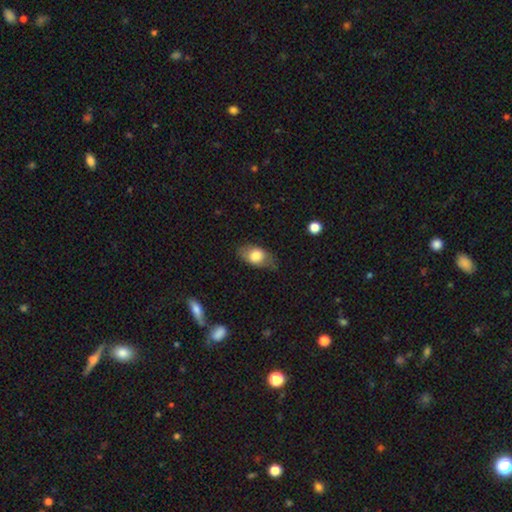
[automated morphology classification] Smooth or featured: smooth — 71% (featured or disk — 22%)
How rounded: in between — 86% (round — 11%)
Merging: none — 68% (minor disturbance — 23%)